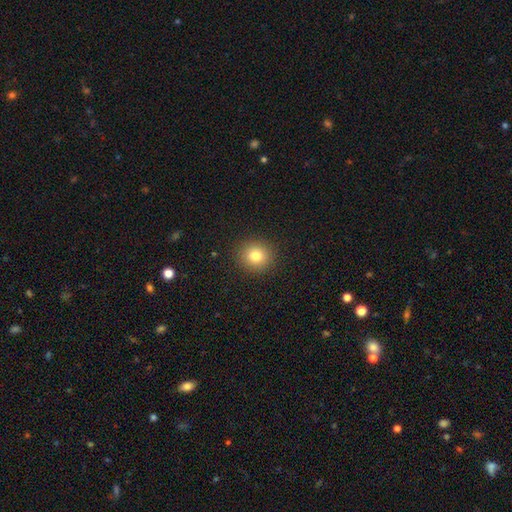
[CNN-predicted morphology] Smooth or featured: smooth — 80% (star or artifact — 12%)
How rounded: round — 89% (in between — 10%)
Merging: none — 91% (minor disturbance — 6%)